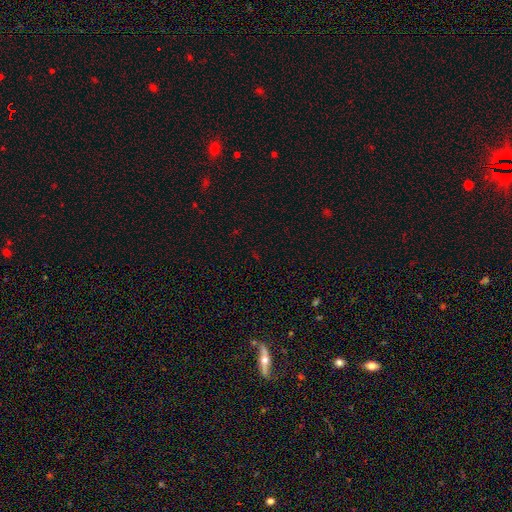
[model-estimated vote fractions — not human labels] Morphology: type=star or artifact (71%).